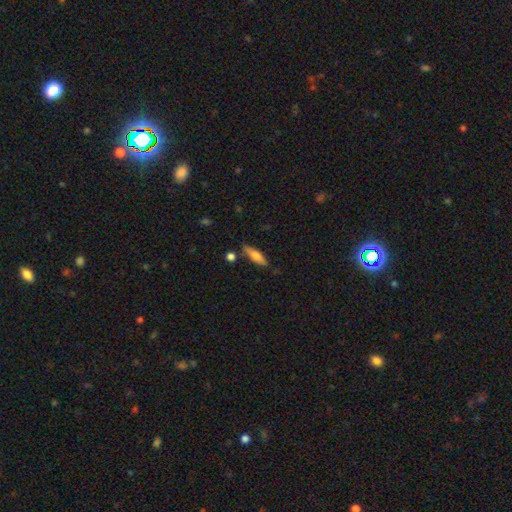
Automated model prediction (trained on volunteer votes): Smooth or featured?
  - smooth: 61% *
  - featured or disk: 33%
  - star or artifact: 6%
How rounded?
  - cigar-shaped: 60% *
  - in between: 38%
  - round: 3%
Merging?
  - none: 76% *
  - minor disturbance: 14%
  - merger: 6%
  - major disturbance: 3%